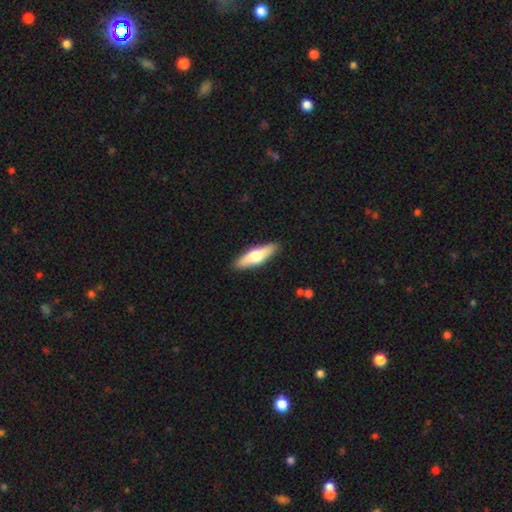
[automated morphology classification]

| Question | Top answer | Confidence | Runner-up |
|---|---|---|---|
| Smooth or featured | smooth | 53% | featured or disk (42%) |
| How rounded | cigar-shaped | 59% | in between (39%) |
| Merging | none | 90% | minor disturbance (7%) |